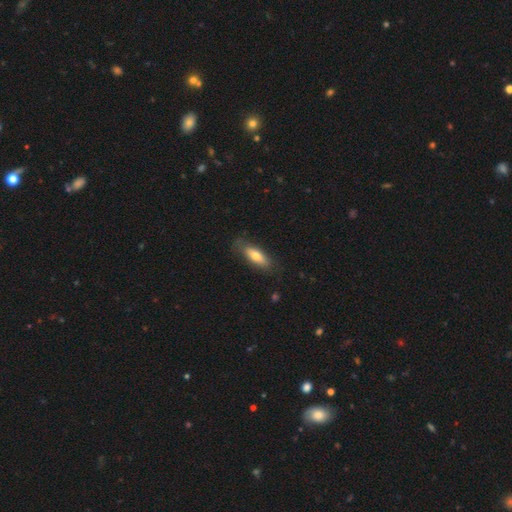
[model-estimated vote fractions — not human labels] This is likely a smooth galaxy (68%). How rounded: likely in between (65%). Merging: likely none (76%).